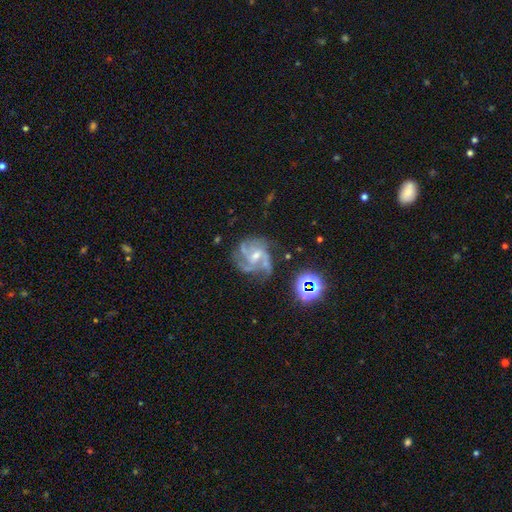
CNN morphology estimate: featured or disk 82%, star or artifact 11%, smooth 7%. Down the decision tree: edge-on disk — no (98%); bar — no (47%); spiral arms — yes (95%); spiral arm count — 3 (43%); spiral winding — medium (51%); bulge size — small (49%); merging — none (60%).